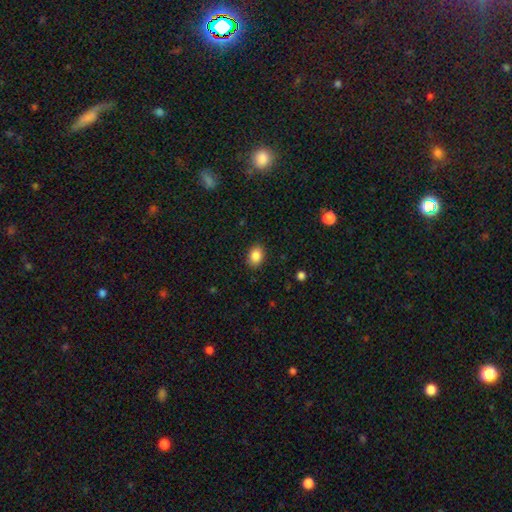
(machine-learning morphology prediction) This is clearly a smooth galaxy (86%). How rounded: likely in between (67%). Merging: clearly none (88%).